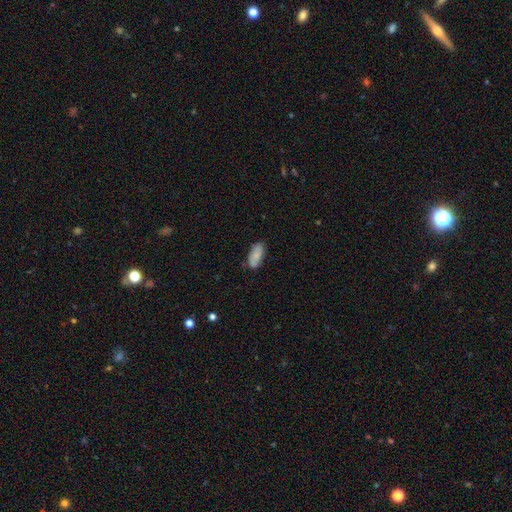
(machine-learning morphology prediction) smooth 78%, featured or disk 15%, star or artifact 7%. Down the decision tree: how rounded — in between (88%); merging — none (74%).